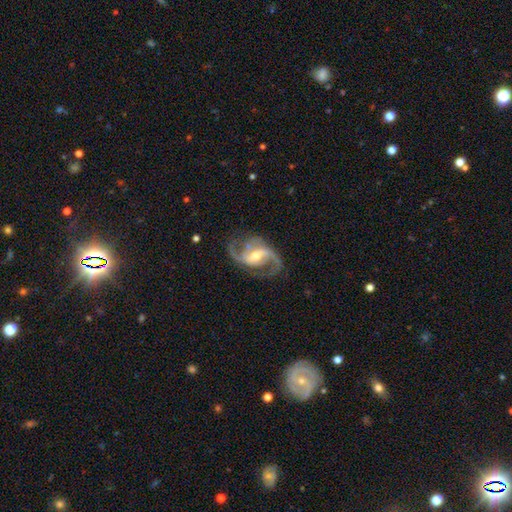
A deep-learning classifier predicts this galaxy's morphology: Smooth or featured? Predicted: featured or disk (p=0.92). Edge-on disk? Predicted: no (p=0.97). Bar? Predicted: weak (p=0.46). Spiral arms? Predicted: yes (p=0.98). Spiral winding? Predicted: medium (p=0.51). Spiral arm count? Predicted: 2 (p=0.83). Bulge size? Predicted: moderate (p=0.58). Merging? Predicted: none (p=0.76).